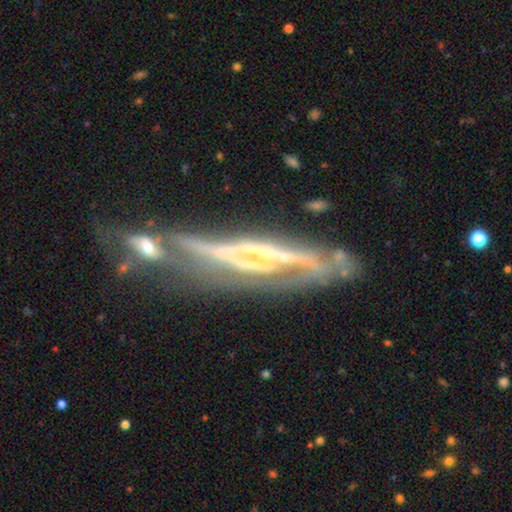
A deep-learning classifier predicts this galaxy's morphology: A featured or disk galaxy (81%) viewed edge-on (63%) with no central bulge (49%).

Vote fractions:
- Smooth or featured? featured or disk: 81% / smooth: 10% / star or artifact: 9%
- Edge-on disk? yes: 63% / no: 37%
- Edge-on bulge? none: 49% / rounded: 32% / boxy: 19%
- Merging? none: 35% / merger: 28% / major disturbance: 19% / minor disturbance: 19%